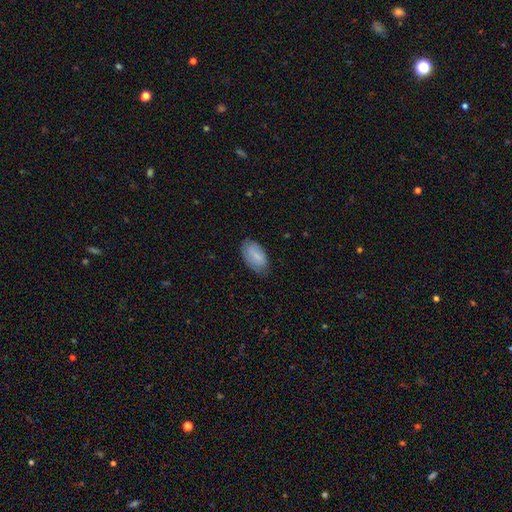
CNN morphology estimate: This appears to be a smooth galaxy with no disk features (76%) that is in between round and cigar-shaped (94%). Merging: none (71%).